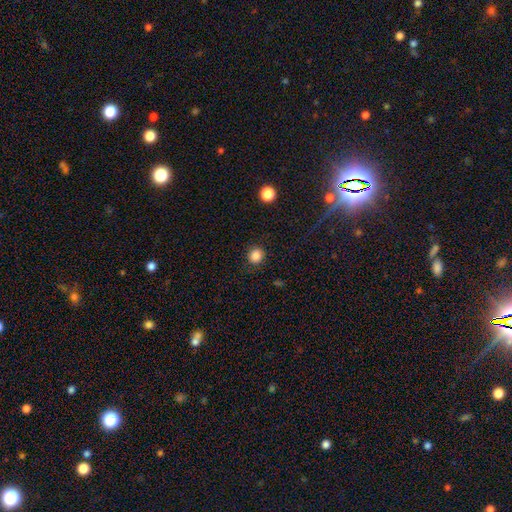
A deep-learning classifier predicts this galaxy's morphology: A smooth galaxy with no disk features (86%) that is round (83%).

Vote fractions:
- Smooth or featured? smooth: 86% / star or artifact: 11% / featured or disk: 3%
- How rounded? round: 83% / in between: 16% / cigar-shaped: 1%
- Merging? none: 88% / minor disturbance: 8% / major disturbance: 3% / merger: 1%